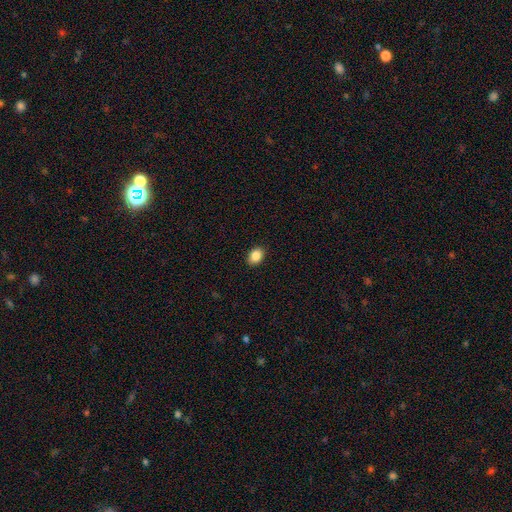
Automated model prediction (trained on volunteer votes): The model was most divided on "how rounded": in between: 75%, round: 24%, cigar-shaped: 1%. More confident: merging — none (90%); smooth or featured — smooth (87%).